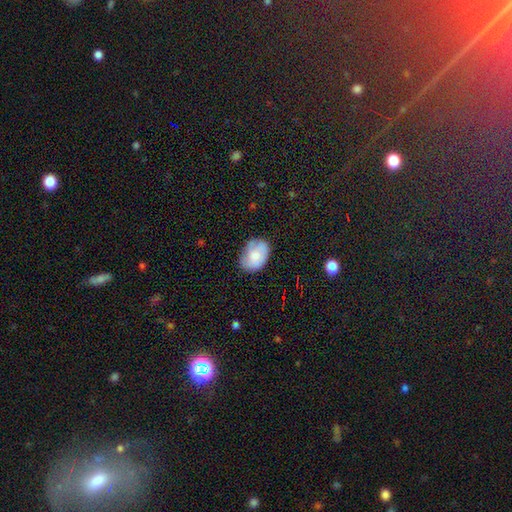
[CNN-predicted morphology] Q: Smooth or featured?
A: smooth (69%); runner-up: featured or disk (23%)
Q: How rounded?
A: in between (77%); runner-up: round (22%)
Q: Merging?
A: none (63%); runner-up: minor disturbance (28%)